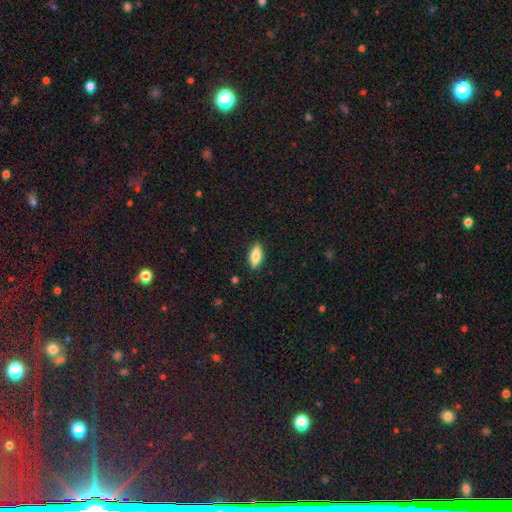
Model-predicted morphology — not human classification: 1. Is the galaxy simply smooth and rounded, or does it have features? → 76% smooth, 17% featured or disk, 7% star or artifact.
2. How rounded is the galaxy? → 79% in between, 18% cigar-shaped, 3% round.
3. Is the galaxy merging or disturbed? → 87% none, 10% minor disturbance, 2% major disturbance, 1% merger.